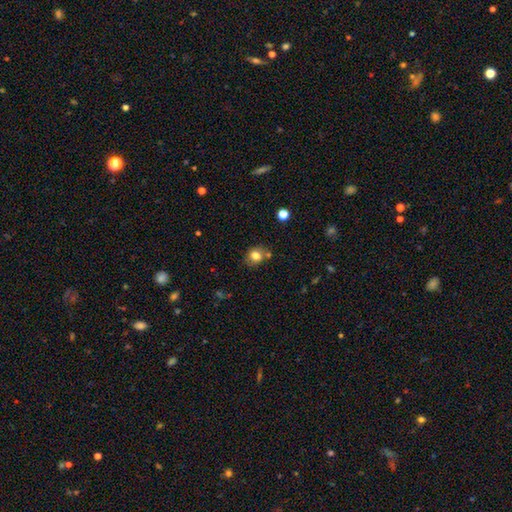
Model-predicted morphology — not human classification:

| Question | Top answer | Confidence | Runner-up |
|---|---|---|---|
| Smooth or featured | smooth | 79% | star or artifact (11%) |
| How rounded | round | 67% | in between (32%) |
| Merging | none | 69% | minor disturbance (16%) |